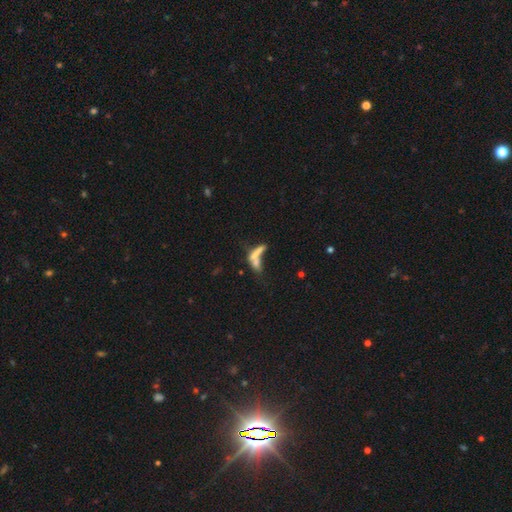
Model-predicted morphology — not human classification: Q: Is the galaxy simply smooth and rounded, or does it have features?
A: smooth — 57%.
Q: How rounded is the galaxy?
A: cigar-shaped — 57%.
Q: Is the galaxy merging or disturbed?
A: merger — 51%.